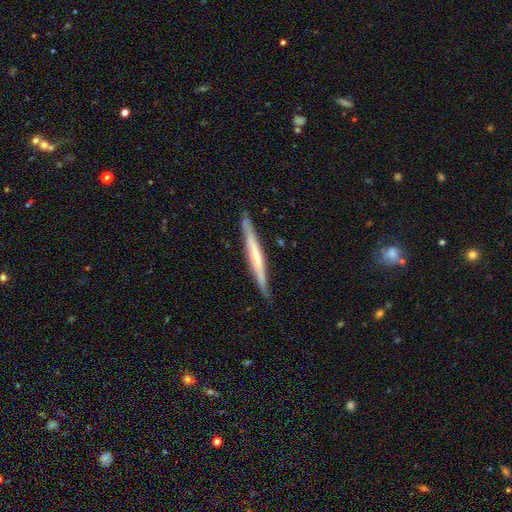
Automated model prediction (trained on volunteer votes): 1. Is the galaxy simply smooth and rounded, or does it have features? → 59% featured or disk, 36% smooth, 6% star or artifact.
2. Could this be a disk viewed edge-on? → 93% yes, 7% no.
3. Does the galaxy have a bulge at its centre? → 58% none, 31% rounded, 11% boxy.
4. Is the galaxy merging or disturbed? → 86% none, 11% minor disturbance, 2% major disturbance, 1% merger.